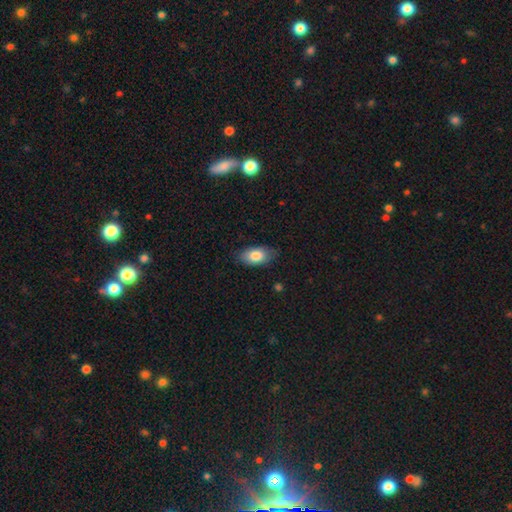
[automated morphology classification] Smooth or featured: smooth — 82% (featured or disk — 12%)
How rounded: in between — 92% (round — 5%)
Merging: none — 79% (minor disturbance — 17%)